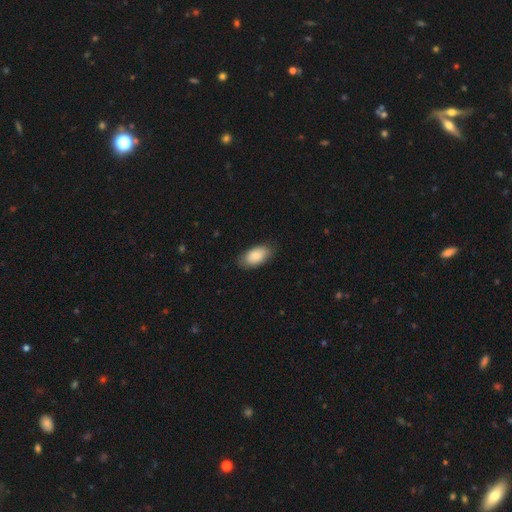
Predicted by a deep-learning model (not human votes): Smooth or featured?
  - smooth: 85% *
  - featured or disk: 8%
  - star or artifact: 6%
How rounded?
  - in between: 94% *
  - round: 4%
  - cigar-shaped: 3%
Merging?
  - none: 82% *
  - minor disturbance: 14%
  - major disturbance: 3%
  - merger: 1%